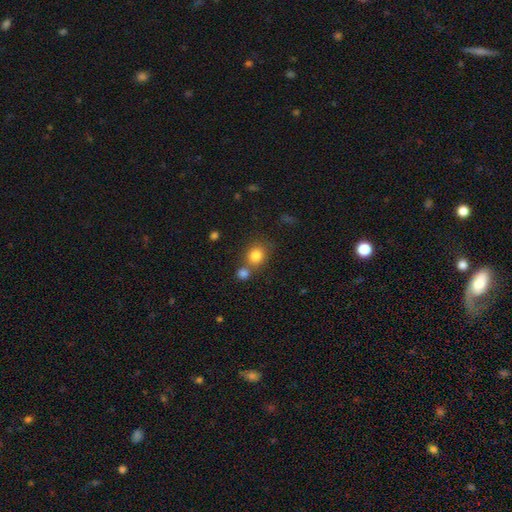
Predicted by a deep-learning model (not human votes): This appears to be a smooth galaxy with no disk features (83%) that is round (76%). Merging: none (55%).